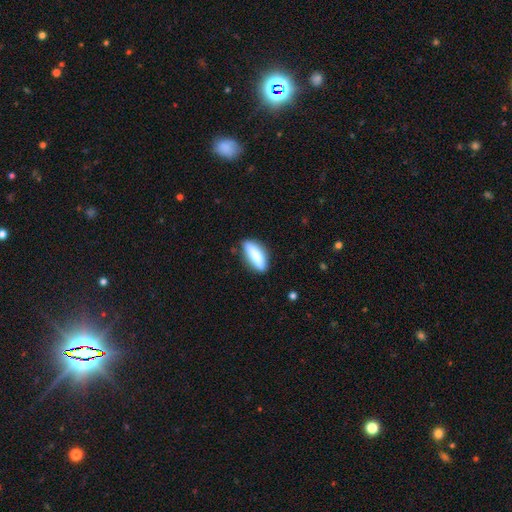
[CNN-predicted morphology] Smooth or featured? Predicted: smooth (p=0.67). How rounded? Predicted: in between (p=0.49). Merging? Predicted: none (p=0.81).